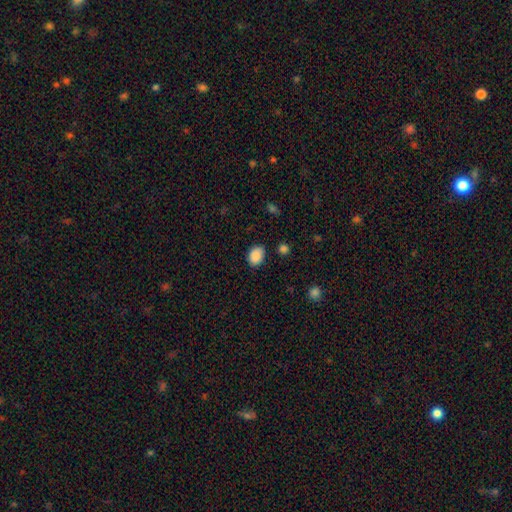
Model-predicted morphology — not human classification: smooth-or-featured: smooth: 88% | star or artifact: 8% | featured or disk: 3%
  how-rounded: in between: 68% | round: 31% | cigar-shaped: 1%
  merging: none: 80% | minor disturbance: 14% | major disturbance: 3% | merger: 2%